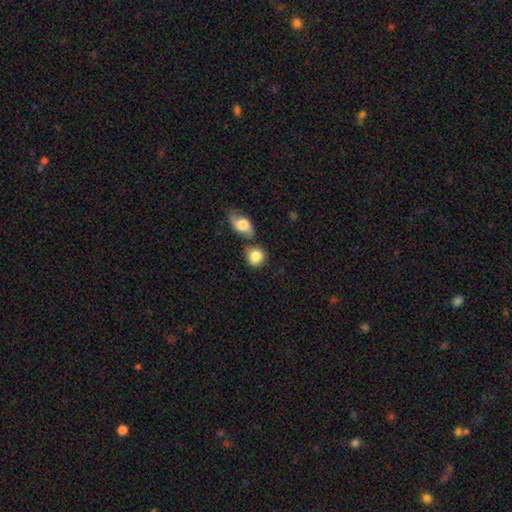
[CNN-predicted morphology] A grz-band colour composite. It shows a smooth galaxy with no disk features (82%) that is round (75%). Merging: none (56%).